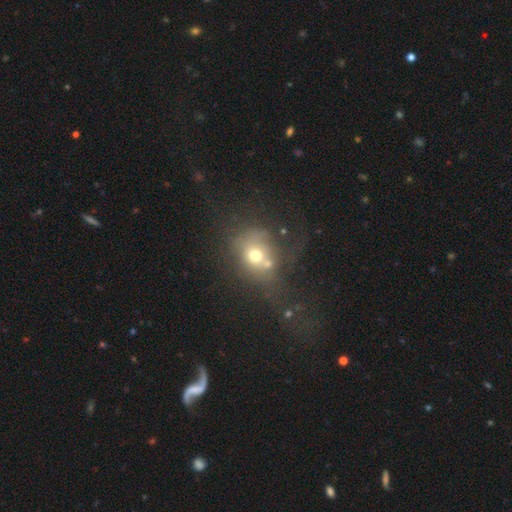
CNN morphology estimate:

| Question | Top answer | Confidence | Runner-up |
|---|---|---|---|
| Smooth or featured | smooth | 60% | featured or disk (23%) |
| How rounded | round | 64% | in between (35%) |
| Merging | none | 36% | merger (24%) |